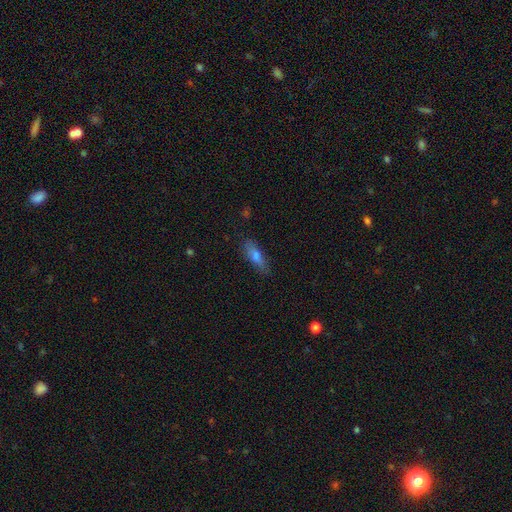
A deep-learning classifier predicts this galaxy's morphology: smooth-or-featured: smooth: 72% | featured or disk: 20% | star or artifact: 8%
  how-rounded: in between: 49% | cigar-shaped: 48% | round: 2%
  merging: none: 80% | minor disturbance: 15% | major disturbance: 3% | merger: 2%